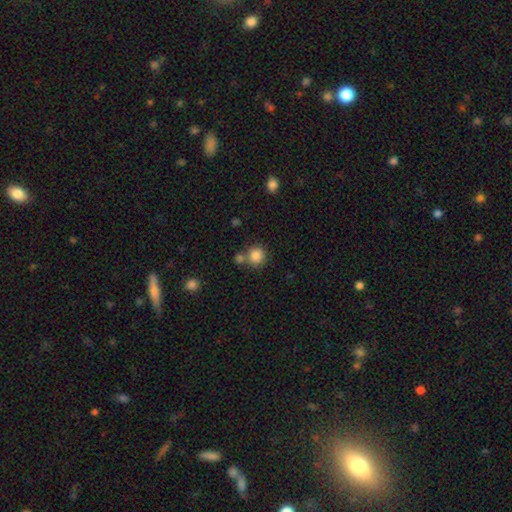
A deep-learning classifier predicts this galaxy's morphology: The model was most divided on "merging": none: 66%, merger: 21%, minor disturbance: 9%, major disturbance: 3%. More confident: how rounded — round (91%); smooth or featured — smooth (85%).